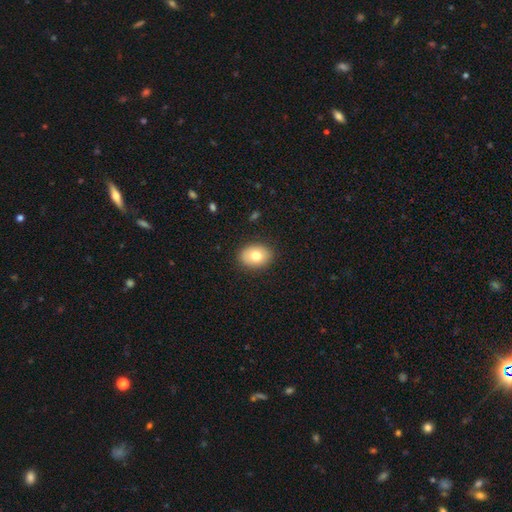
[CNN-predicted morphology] This appears to be a smooth galaxy with no disk features (76%) that is in between round and cigar-shaped (65%). Merging: none (87%).